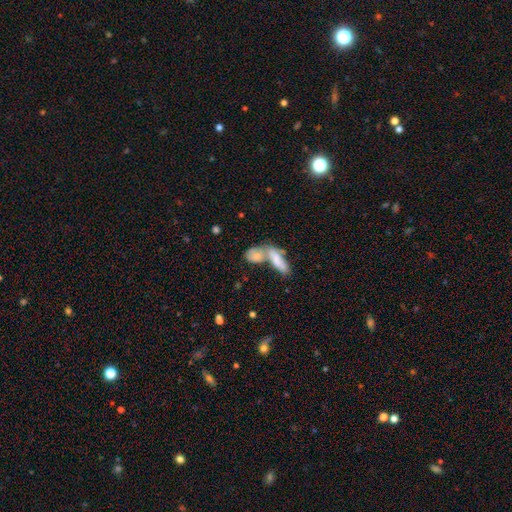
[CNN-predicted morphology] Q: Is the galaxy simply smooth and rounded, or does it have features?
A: smooth — 75%.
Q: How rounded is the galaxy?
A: in between — 73%.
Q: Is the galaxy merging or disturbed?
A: merger — 66%.